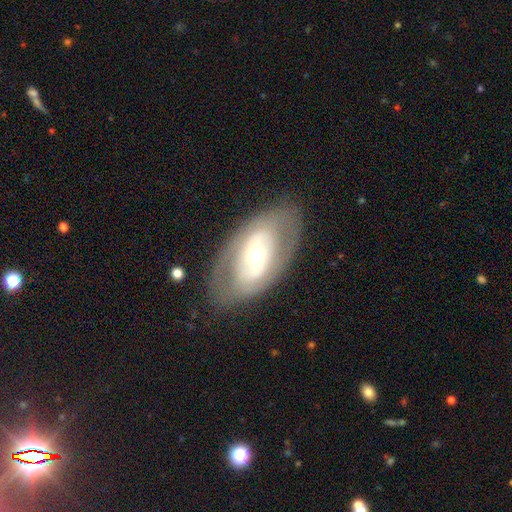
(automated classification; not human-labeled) Overall: featured or disk (64%; smooth 29%). Edge-on disk: no (90%). Bar: no (38%; weak 34%). Spiral arms: no (59%; yes 41%). Bulge size: moderate (60%; small 27%). Merging: none (78%).